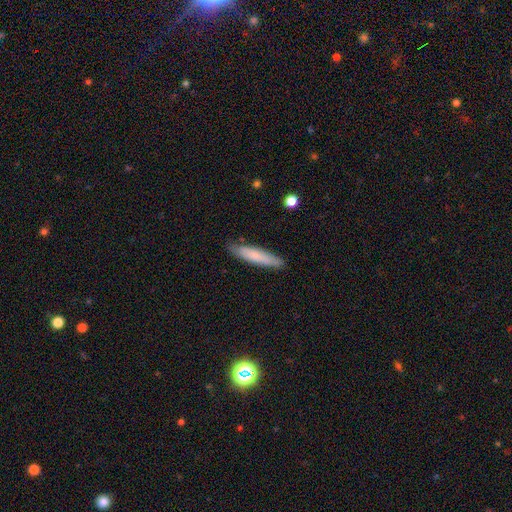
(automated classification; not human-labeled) Smooth or featured? smooth (73%)
How rounded? cigar-shaped (87%)
Merging? none (84%)